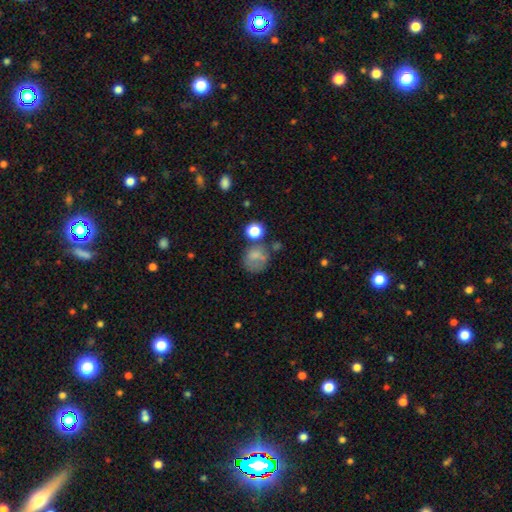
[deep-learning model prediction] Overall: smooth (69%). How rounded: round (69%; in between 30%). Merging: none (47%; minor disturbance 21%).